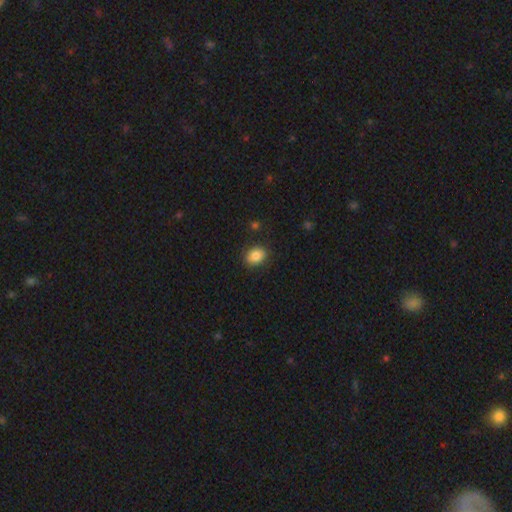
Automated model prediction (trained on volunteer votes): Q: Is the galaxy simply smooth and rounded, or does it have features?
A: smooth — 85%.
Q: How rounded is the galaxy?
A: in between — 52%.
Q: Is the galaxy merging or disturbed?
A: none — 85%.